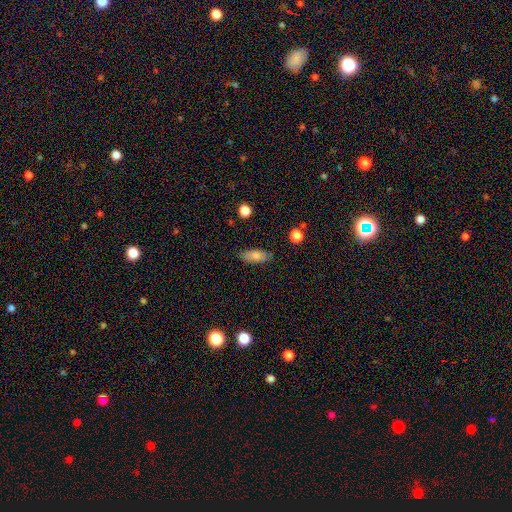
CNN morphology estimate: This appears to be a smooth galaxy with no disk features (82%) that is in between round and cigar-shaped (76%). Merging: none (84%).